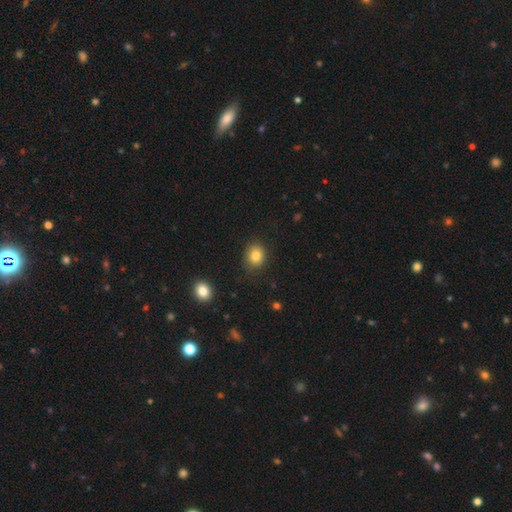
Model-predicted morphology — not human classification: smooth_or_featured: smooth (p=0.84) [alt: star or artifact p=0.10]
how_rounded: round (p=0.67) [alt: in between p=0.32]
merging: none (p=0.84) [alt: minor disturbance p=0.12]